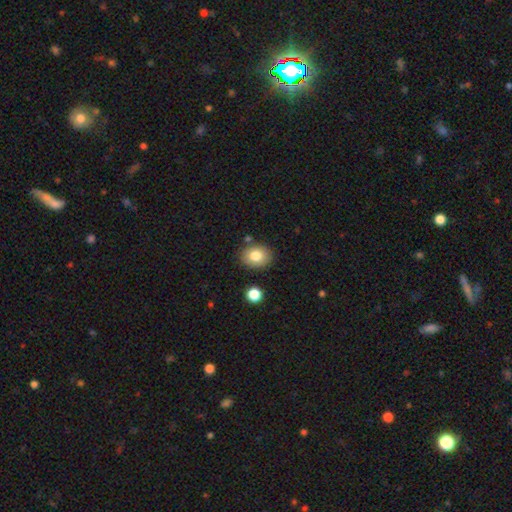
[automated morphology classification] smooth_or_featured: smooth (p=0.81) [alt: featured or disk p=0.10]
how_rounded: in between (p=0.54) [alt: round p=0.45]
merging: none (p=0.82) [alt: minor disturbance p=0.10]